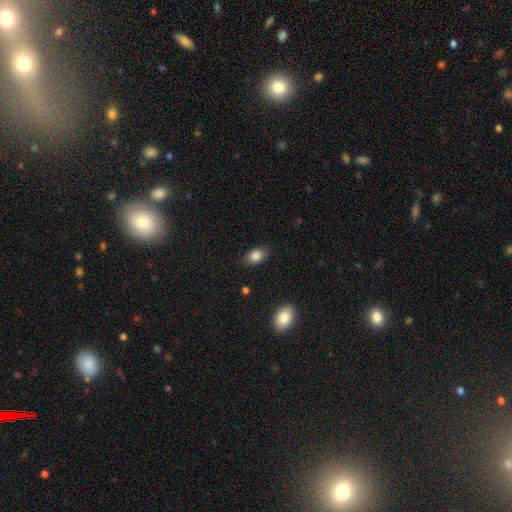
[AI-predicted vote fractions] Q: Smooth or featured?
A: smooth (85%); runner-up: star or artifact (8%)
Q: How rounded?
A: in between (85%); runner-up: round (13%)
Q: Merging?
A: none (84%); runner-up: minor disturbance (12%)